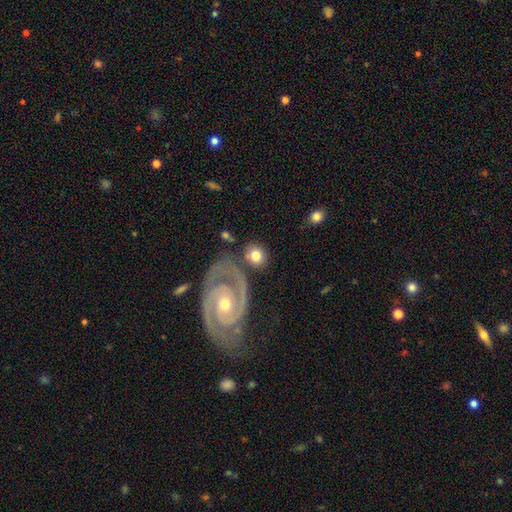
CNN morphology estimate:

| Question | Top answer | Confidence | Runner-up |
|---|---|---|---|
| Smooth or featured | smooth | 68% | featured or disk (25%) |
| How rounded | round | 58% | in between (40%) |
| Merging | none | 71% | minor disturbance (12%) |